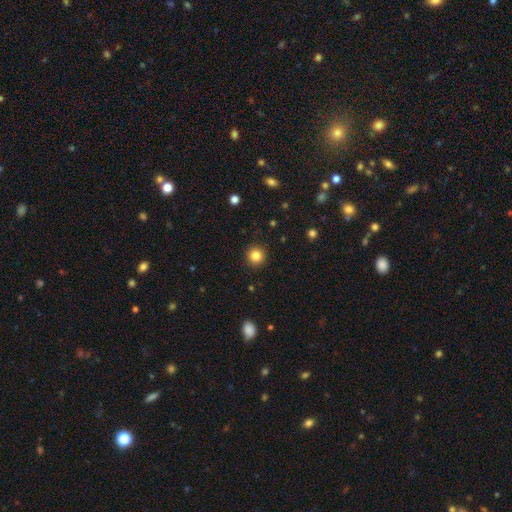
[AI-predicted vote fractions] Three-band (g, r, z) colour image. It shows a smooth galaxy with no disk features (84%) that is round (95%). Merging: none (92%).